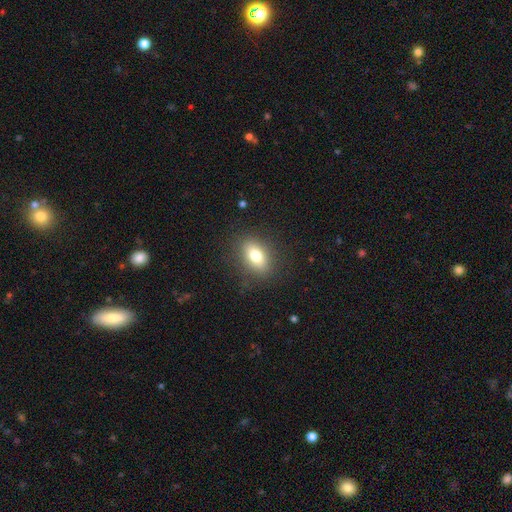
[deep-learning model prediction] A smooth galaxy with no disk features (76%) that is in between round and cigar-shaped (82%). Merging: none (85%).